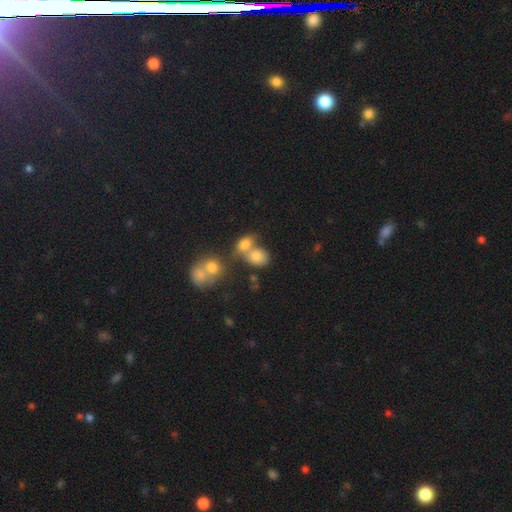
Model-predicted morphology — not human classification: This is likely a smooth galaxy (75%). How rounded: possibly in between (56%). Merging: possibly merger (50%).